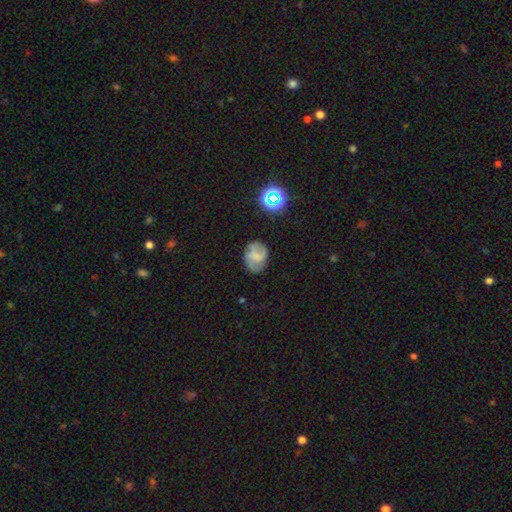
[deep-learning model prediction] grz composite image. It shows a smooth galaxy with no disk features (51%) that is in between round and cigar-shaped (58%). Merging: none (66%).